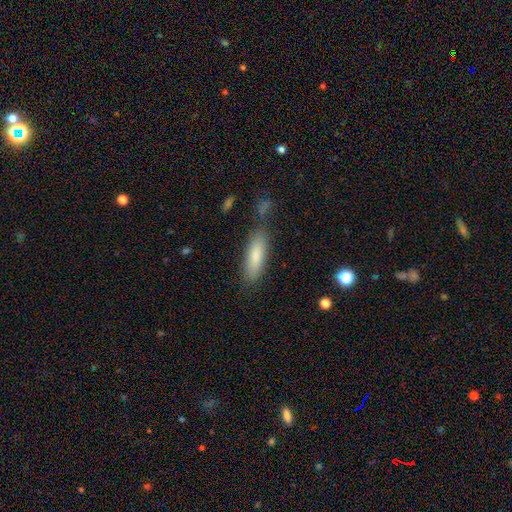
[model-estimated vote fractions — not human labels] Smooth or featured?
  - smooth: 83% *
  - featured or disk: 11%
  - star or artifact: 7%
How rounded?
  - cigar-shaped: 53% *
  - in between: 46%
  - round: 2%
Merging?
  - none: 73% *
  - minor disturbance: 16%
  - merger: 6%
  - major disturbance: 5%